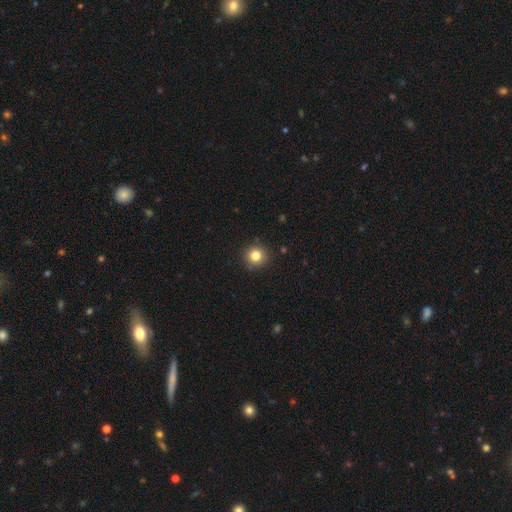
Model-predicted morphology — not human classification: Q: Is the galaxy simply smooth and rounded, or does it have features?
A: smooth — 82%.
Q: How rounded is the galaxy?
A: round — 93%.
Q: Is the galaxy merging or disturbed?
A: none — 91%.